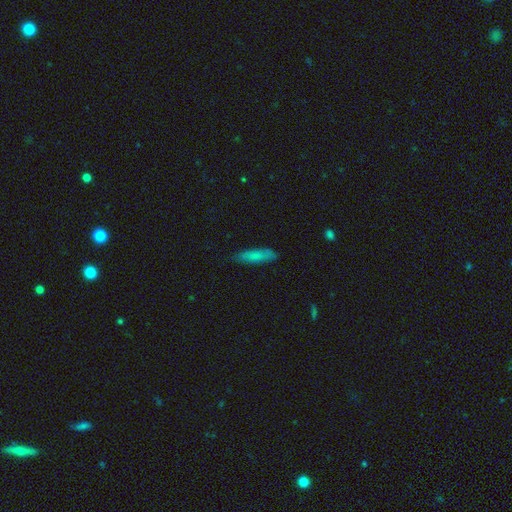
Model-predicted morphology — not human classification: type=smooth (79%); roundness=cigar-shaped (67%); merging=none (79%).